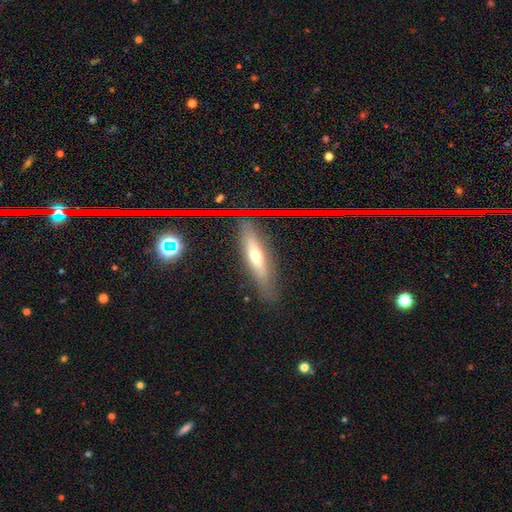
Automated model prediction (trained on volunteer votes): Q: Smooth or featured?
A: smooth (45%); runner-up: featured or disk (41%)
Q: Merging?
A: none (83%); runner-up: minor disturbance (12%)